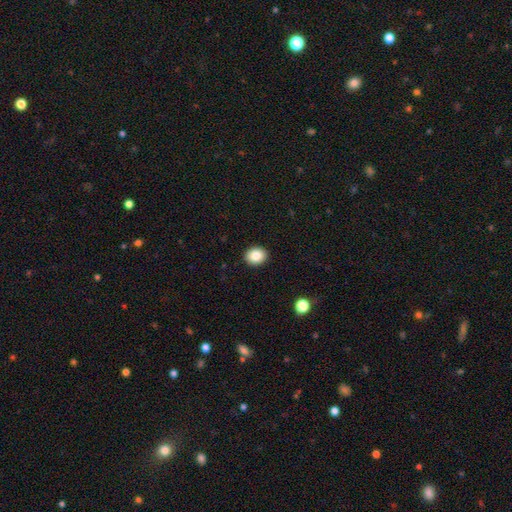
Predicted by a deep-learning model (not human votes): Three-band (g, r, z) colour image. It shows a smooth galaxy with no disk features (85%) that is round (50%). Merging: none (92%).